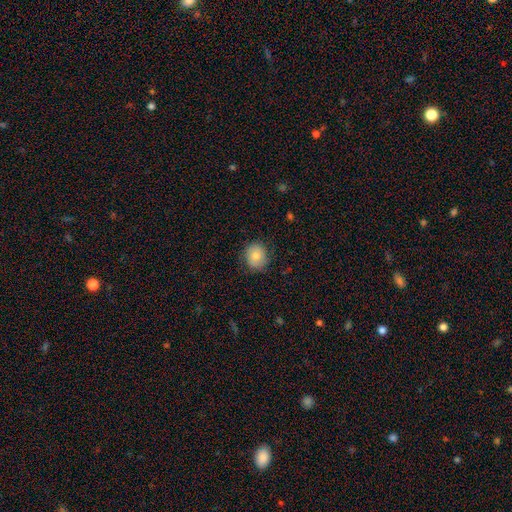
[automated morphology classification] Smooth or featured? smooth (78%)
How rounded? round (73%)
Merging? none (82%)